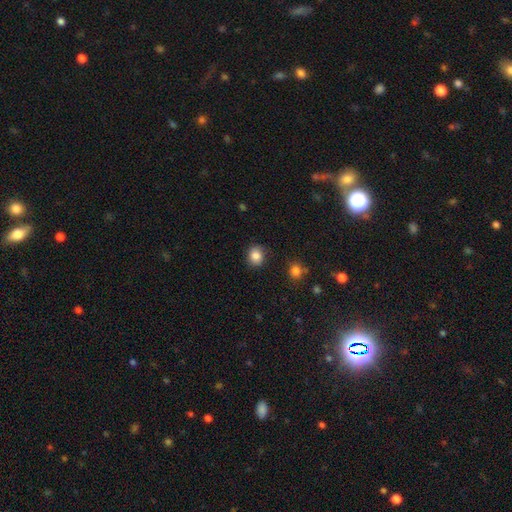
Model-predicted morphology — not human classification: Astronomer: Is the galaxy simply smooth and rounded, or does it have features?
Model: smooth — 84%.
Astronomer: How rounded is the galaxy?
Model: round — 73%.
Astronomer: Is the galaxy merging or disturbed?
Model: none — 84%.